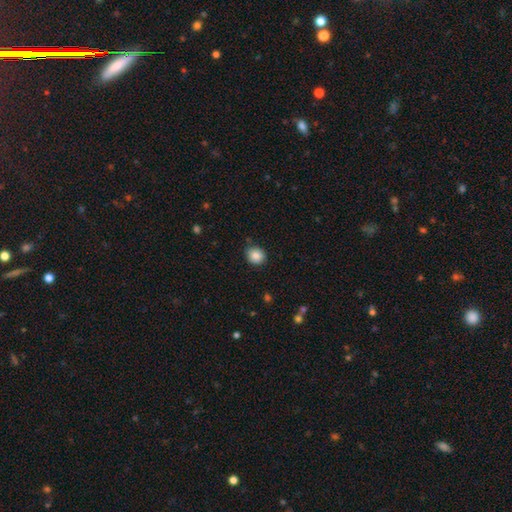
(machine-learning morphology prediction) This is clearly a smooth galaxy (86%). How rounded: likely round (78%). Merging: clearly none (84%).